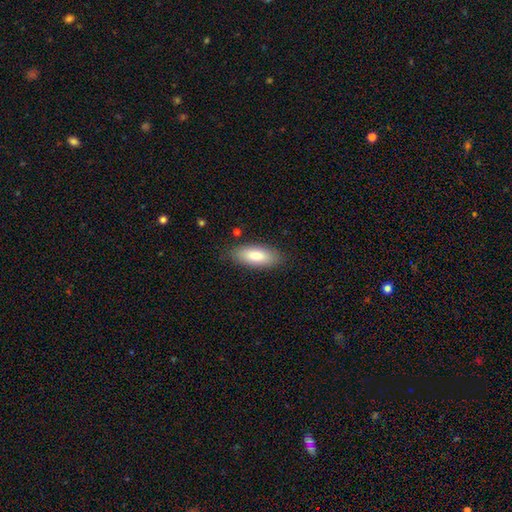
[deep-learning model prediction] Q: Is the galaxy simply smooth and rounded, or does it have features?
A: smooth — 81%.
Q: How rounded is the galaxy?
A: in between — 81%.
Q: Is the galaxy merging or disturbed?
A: none — 84%.